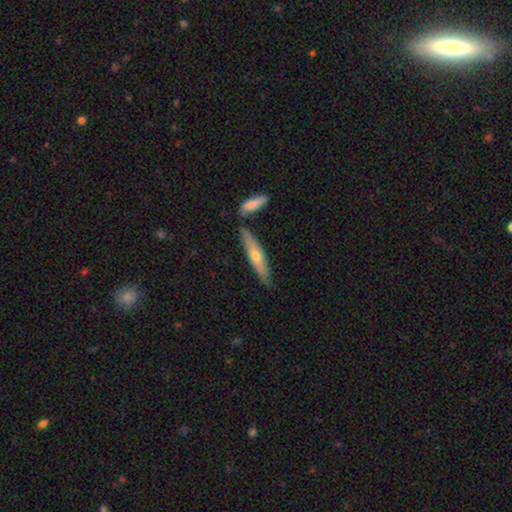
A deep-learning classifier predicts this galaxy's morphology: Smooth or featured?
  - smooth: 50% *
  - featured or disk: 45%
  - star or artifact: 5%
Merging?
  - none: 76% *
  - minor disturbance: 13%
  - merger: 8%
  - major disturbance: 2%